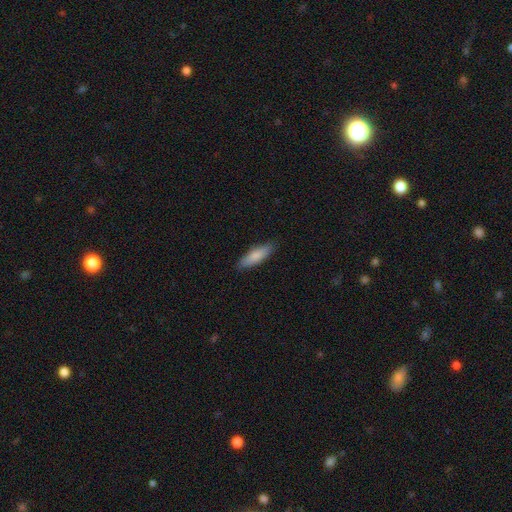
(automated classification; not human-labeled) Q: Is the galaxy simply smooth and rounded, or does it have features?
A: smooth — 82%.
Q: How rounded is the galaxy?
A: cigar-shaped — 54%.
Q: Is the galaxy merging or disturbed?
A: none — 86%.